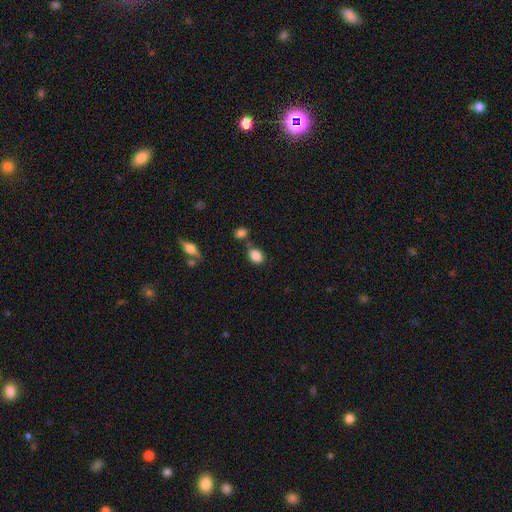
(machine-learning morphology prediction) This is clearly a smooth galaxy (86%). How rounded: likely in between (66%). Merging: likely none (63%).